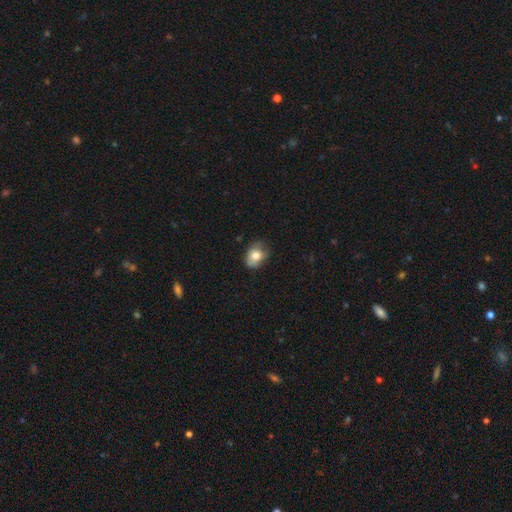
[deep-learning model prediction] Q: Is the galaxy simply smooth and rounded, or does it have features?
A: smooth — 73%.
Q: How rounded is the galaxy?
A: in between — 60%.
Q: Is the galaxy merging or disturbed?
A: none — 60%.